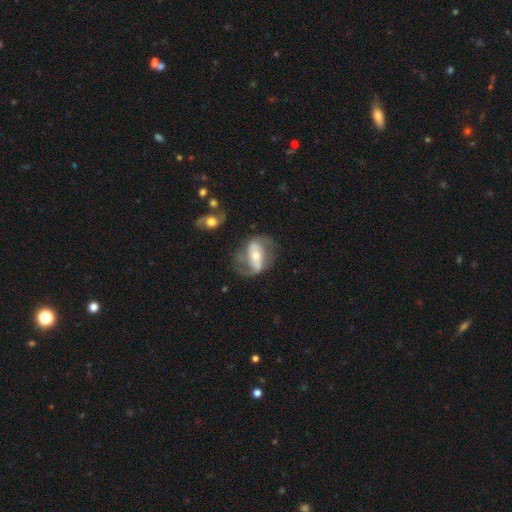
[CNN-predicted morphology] Q: Smooth or featured?
A: featured or disk (77%); runner-up: smooth (17%)
Q: Edge-on disk?
A: no (94%); runner-up: yes (6%)
Q: Bar?
A: strong (44%); runner-up: weak (29%)
Q: Spiral arms?
A: yes (85%); runner-up: no (15%)
Q: Spiral winding?
A: loose (44%); runner-up: medium (40%)
Q: Spiral arm count?
A: 2 (80%); runner-up: can't tell (9%)
Q: Bulge size?
A: moderate (57%); runner-up: small (36%)
Q: Merging?
A: none (55%); runner-up: minor disturbance (21%)